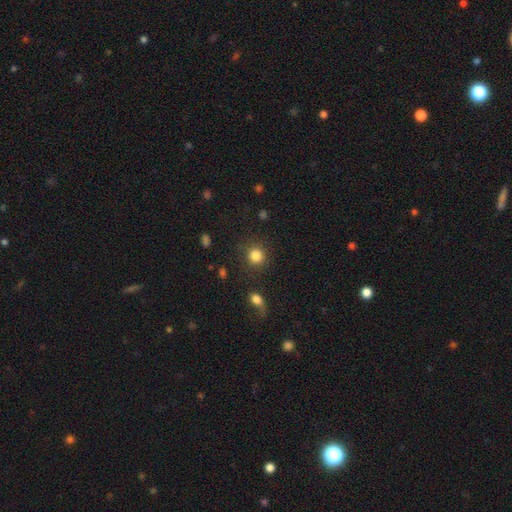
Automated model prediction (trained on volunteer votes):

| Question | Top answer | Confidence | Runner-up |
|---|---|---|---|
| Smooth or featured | smooth | 84% | star or artifact (11%) |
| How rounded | round | 91% | in between (8%) |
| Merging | none | 84% | minor disturbance (8%) |